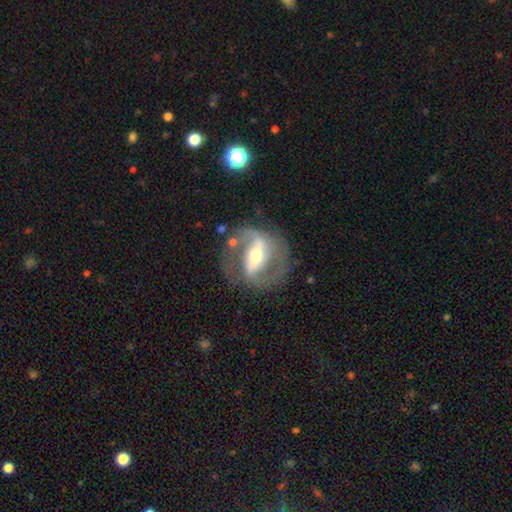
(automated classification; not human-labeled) Smooth or featured? Predicted: featured or disk (p=0.85). Edge-on disk? Predicted: no (p=0.94). Bar? Predicted: strong (p=0.60). Spiral arms? Predicted: yes (p=0.87). Spiral winding? Predicted: medium (p=0.52). Spiral arm count? Predicted: 2 (p=0.86). Bulge size? Predicted: moderate (p=0.66). Merging? Predicted: none (p=0.72).